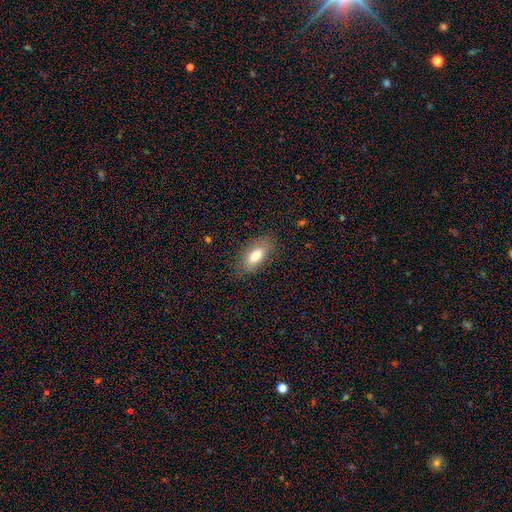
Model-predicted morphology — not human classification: Smooth or featured? smooth (78%)
How rounded? in between (85%)
Merging? none (80%)